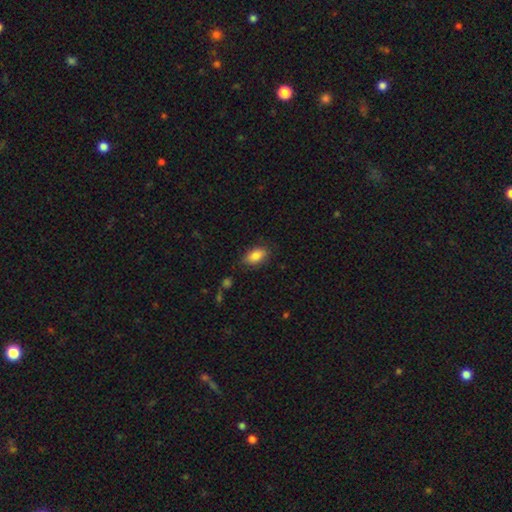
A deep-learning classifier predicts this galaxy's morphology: A smooth galaxy with no disk features (84%) that is in between round and cigar-shaped (90%). Merging: none (81%).